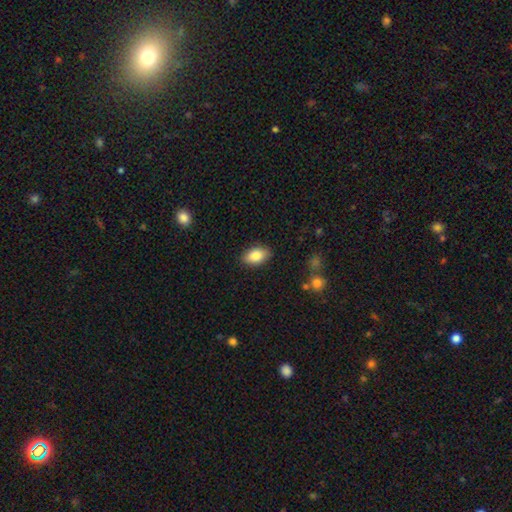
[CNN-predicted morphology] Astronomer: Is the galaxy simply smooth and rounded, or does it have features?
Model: smooth — 83%.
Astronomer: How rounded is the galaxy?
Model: in between — 90%.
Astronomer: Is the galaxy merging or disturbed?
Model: none — 87%.